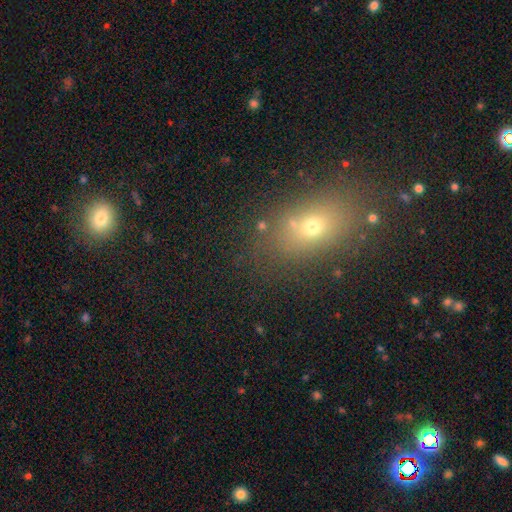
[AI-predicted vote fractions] This is possibly a smooth galaxy (58%). How rounded: likely in between (65%). Merging: likely none (78%).